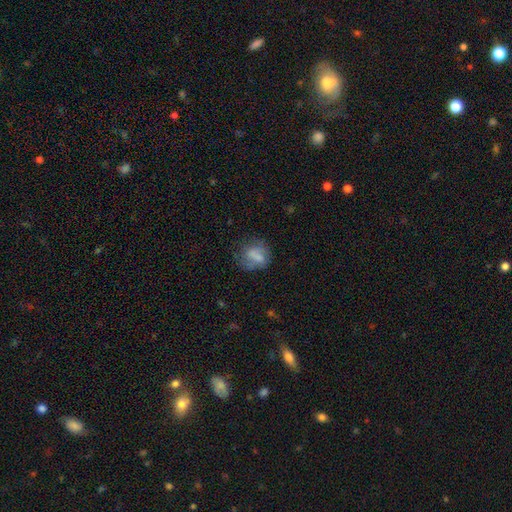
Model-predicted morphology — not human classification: smooth_or_featured: smooth (p=0.61) [alt: featured or disk p=0.29]
how_rounded: round (p=0.57) [alt: in between p=0.41]
merging: none (p=0.49) [alt: minor disturbance p=0.26]